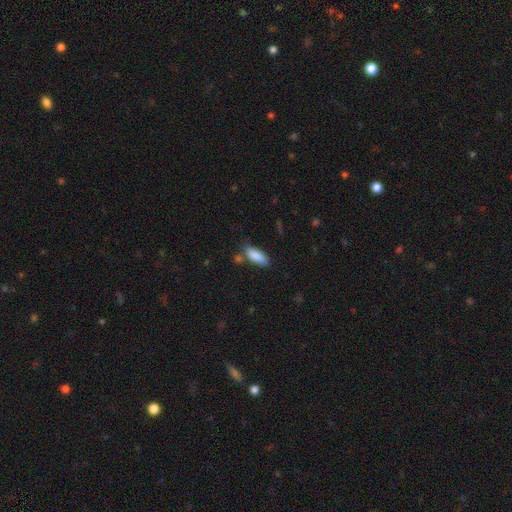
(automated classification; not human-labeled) This appears to be a smooth galaxy with no disk features (87%) that is in between round and cigar-shaped (75%). Merging: none (70%).